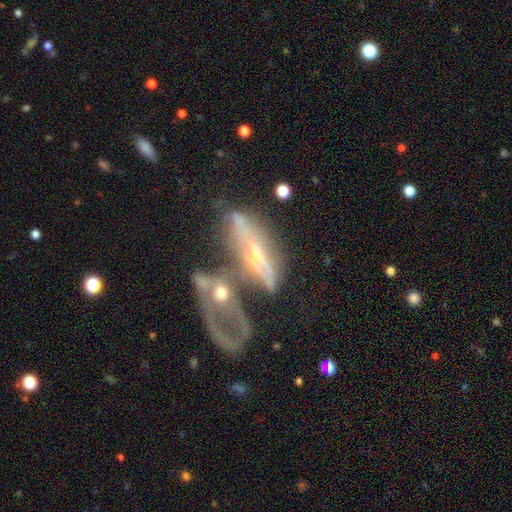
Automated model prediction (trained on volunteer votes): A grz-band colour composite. It shows a featured or disk galaxy (67%). Merging: merger (58%).